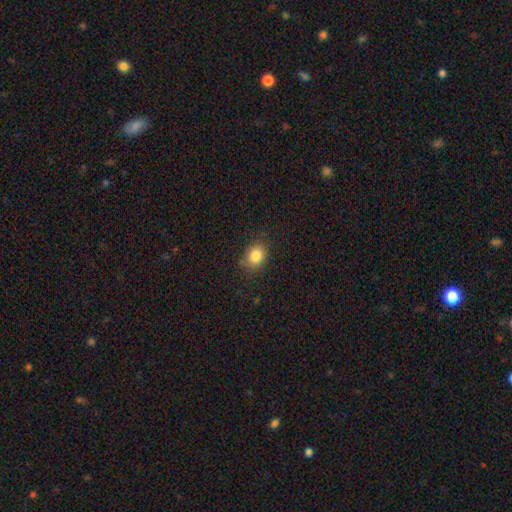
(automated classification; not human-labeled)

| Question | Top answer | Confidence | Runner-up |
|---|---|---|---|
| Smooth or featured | smooth | 83% | star or artifact (10%) |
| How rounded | round | 56% | in between (43%) |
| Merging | none | 80% | minor disturbance (15%) |